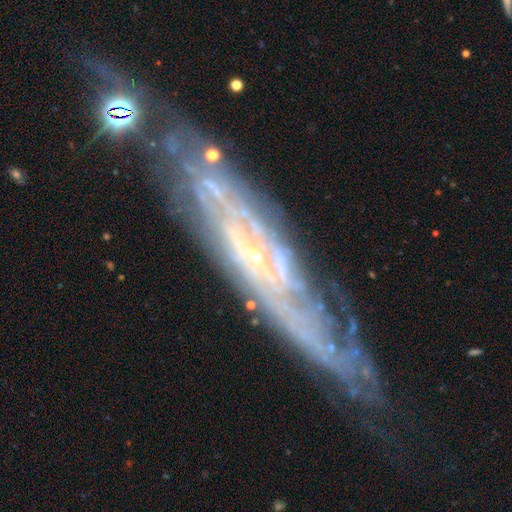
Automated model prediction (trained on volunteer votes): The model was most divided on "spiral arm count": can't tell: 45%, 2: 23%, 3: 11%, 4: 8%, more than 4: 7%, 1: 6%. More confident: spiral arms — yes (94%); smooth or featured — featured or disk (84%); bulge size — small (79%); merging — none (70%); edge-on disk — no (68%); spiral winding — tight (67%); bar — no (58%).